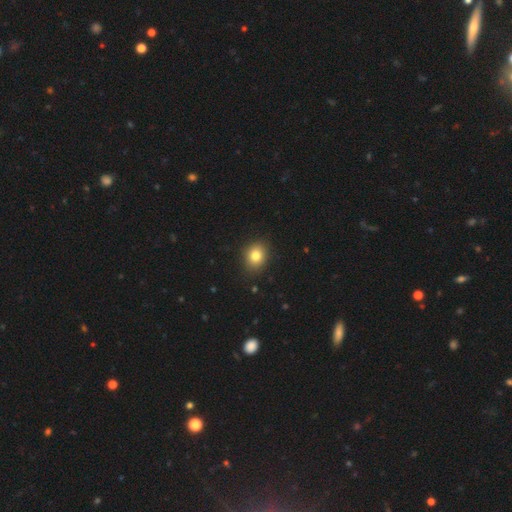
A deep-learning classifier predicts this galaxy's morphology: Smooth or featured?
  - smooth: 81% *
  - star or artifact: 11%
  - featured or disk: 8%
How rounded?
  - round: 56% *
  - in between: 43%
  - cigar-shaped: 1%
Merging?
  - none: 87% *
  - minor disturbance: 9%
  - major disturbance: 2%
  - merger: 1%